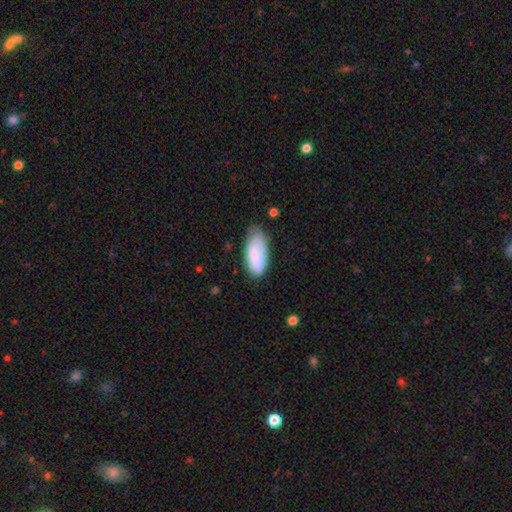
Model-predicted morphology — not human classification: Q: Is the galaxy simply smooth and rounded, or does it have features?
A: smooth — 83%.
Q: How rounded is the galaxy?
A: in between — 88%.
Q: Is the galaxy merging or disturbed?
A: none — 56%.